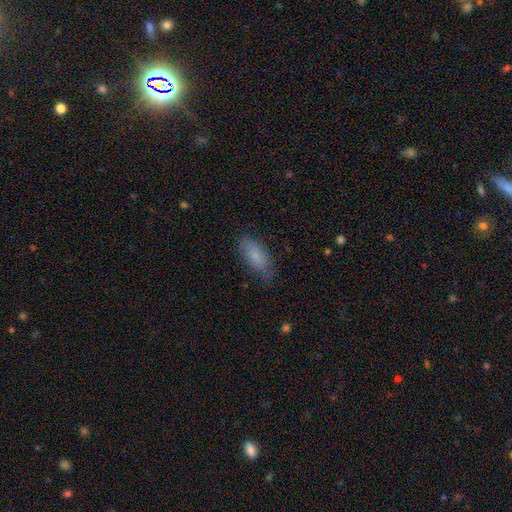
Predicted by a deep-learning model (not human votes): Smooth or featured? smooth (81%)
How rounded? in between (78%)
Merging? none (72%)